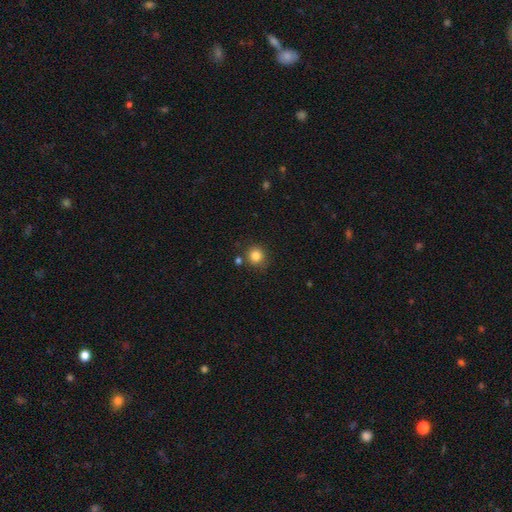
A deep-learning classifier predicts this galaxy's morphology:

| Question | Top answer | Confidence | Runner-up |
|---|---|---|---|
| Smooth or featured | smooth | 83% | star or artifact (12%) |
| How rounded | round | 88% | in between (11%) |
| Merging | none | 81% | minor disturbance (10%) |